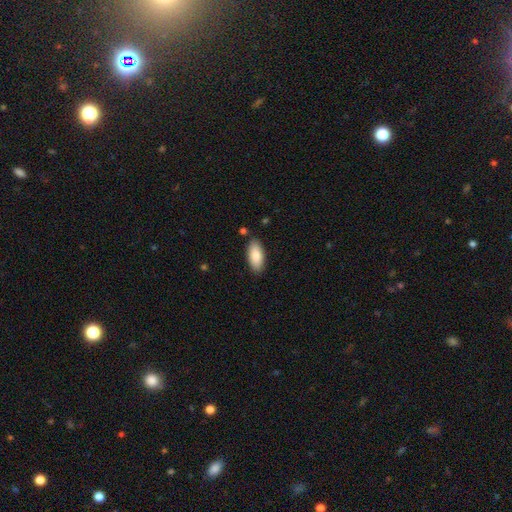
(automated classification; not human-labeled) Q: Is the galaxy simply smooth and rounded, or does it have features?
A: smooth — 85%.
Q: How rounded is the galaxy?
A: in between — 88%.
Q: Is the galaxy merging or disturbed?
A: none — 86%.